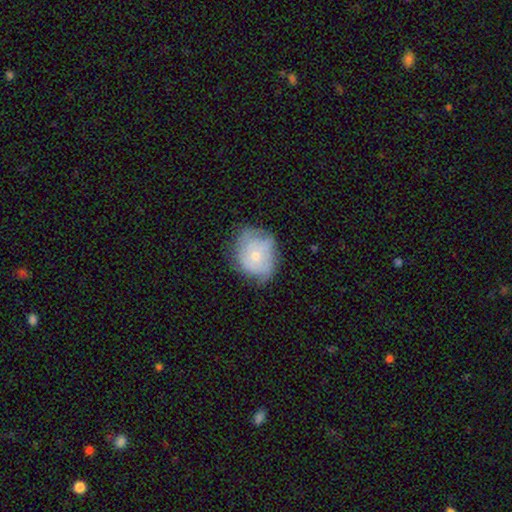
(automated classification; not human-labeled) Smooth or featured: featured or disk — 46% (tied with smooth — 46%)
Merging: none — 55% (minor disturbance — 31%)